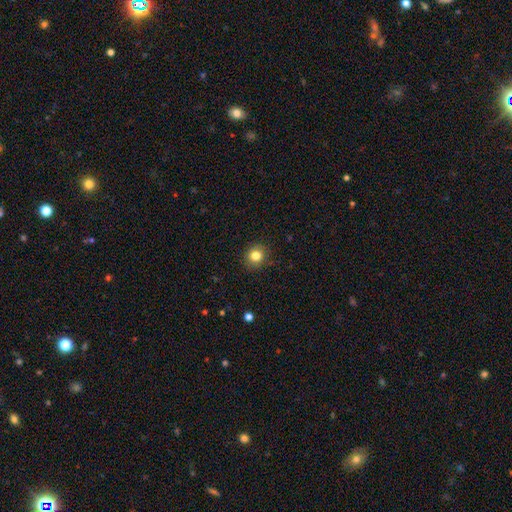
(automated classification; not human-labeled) Morphology: type=smooth (82%); roundness=round (86%); merging=none (89%).